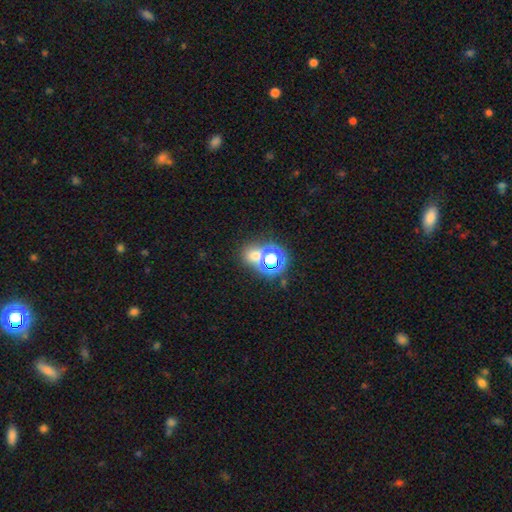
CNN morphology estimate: Smooth or featured?
  - smooth: 54% *
  - star or artifact: 37%
  - featured or disk: 9%
How rounded?
  - round: 76% *
  - in between: 23%
  - cigar-shaped: 1%
Merging?
  - none: 54% *
  - merger: 33%
  - minor disturbance: 8%
  - major disturbance: 5%